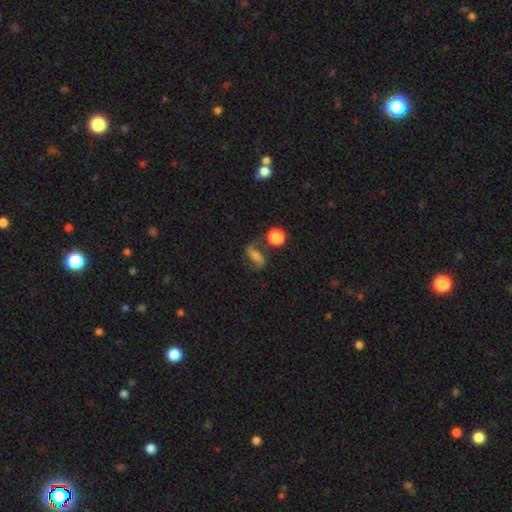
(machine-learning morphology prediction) This appears to be a featured or disk galaxy (68%) with a weak bar (36%), 2 (89%) loose (76%) spiral arms (93%) and a small central bulge (32%). Merging: none (59%).